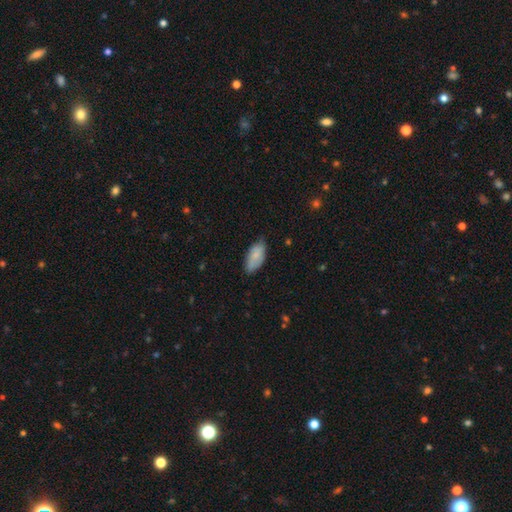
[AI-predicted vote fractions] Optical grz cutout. It shows a smooth galaxy with no disk features (81%) that is in between round and cigar-shaped (92%). Merging: none (69%).